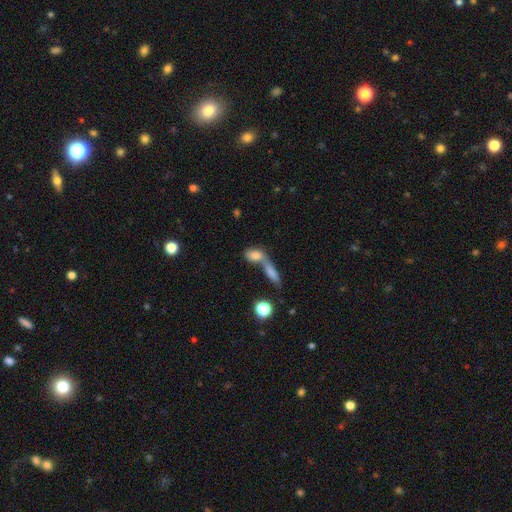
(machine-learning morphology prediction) smooth_or_featured: smooth (p=0.75) [alt: featured or disk p=0.15]
how_rounded: in between (p=0.69) [alt: cigar-shaped p=0.16]
merging: merger (p=0.63) [alt: none p=0.25]